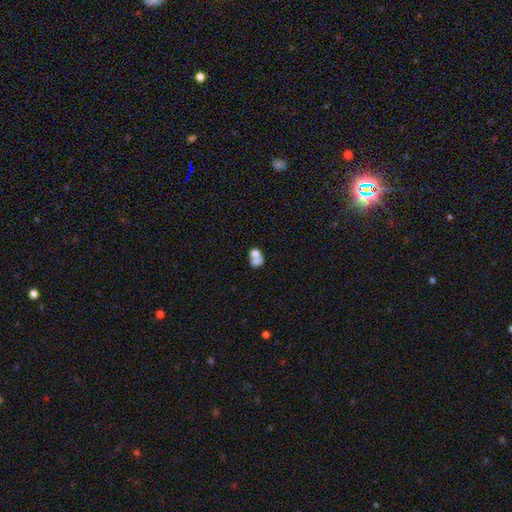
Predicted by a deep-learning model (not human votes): The model was most divided on "how rounded": in between: 52%, round: 46%, cigar-shaped: 1%. More confident: smooth or featured — smooth (68%); merging — merger (61%).